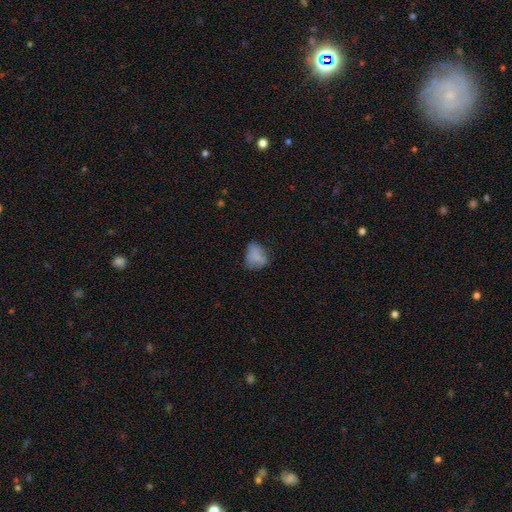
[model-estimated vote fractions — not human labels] Overall: smooth (73%). How rounded: in between (61%; round 38%). Merging: none (47%; minor disturbance 33%).